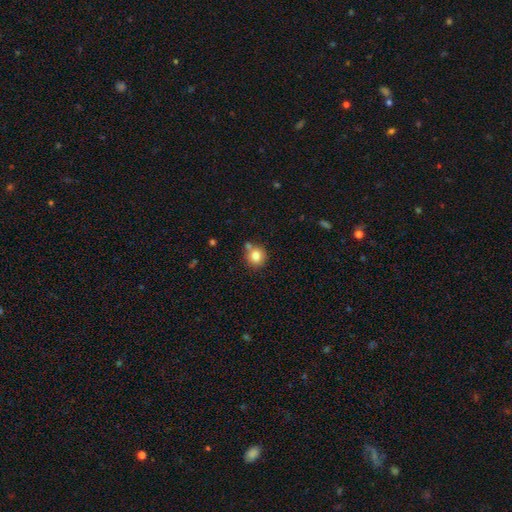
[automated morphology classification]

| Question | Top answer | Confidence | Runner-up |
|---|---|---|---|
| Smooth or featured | smooth | 81% | star or artifact (11%) |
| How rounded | round | 89% | in between (10%) |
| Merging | none | 69% | merger (15%) |